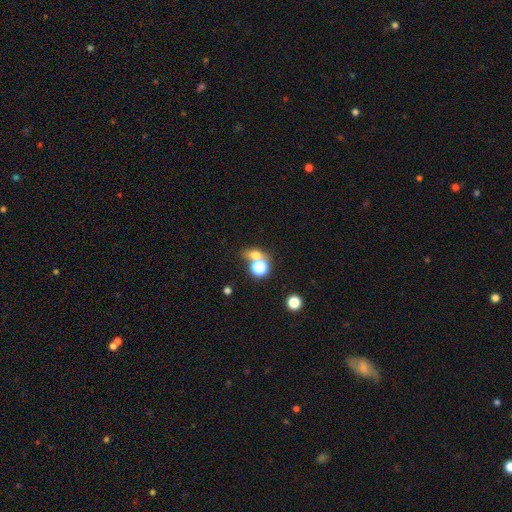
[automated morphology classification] smooth 63%, star or artifact 25%, featured or disk 12%. Down the decision tree: how rounded — round (56%); merging — none (50%).